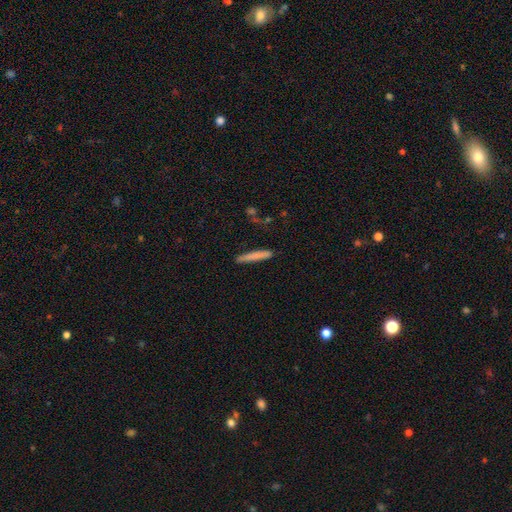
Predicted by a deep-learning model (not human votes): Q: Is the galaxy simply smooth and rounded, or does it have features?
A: smooth — 75%.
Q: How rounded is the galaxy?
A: cigar-shaped — 95%.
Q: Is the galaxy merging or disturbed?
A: none — 85%.